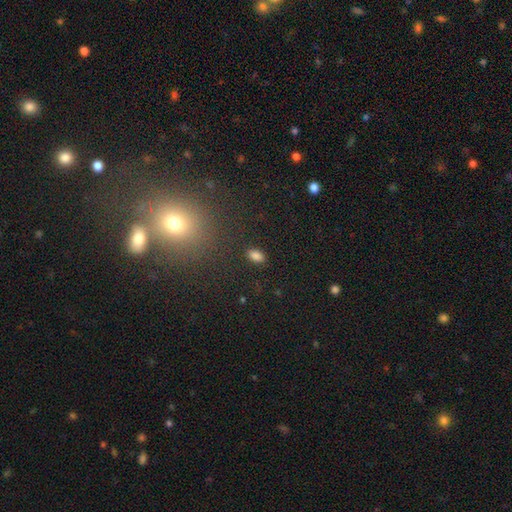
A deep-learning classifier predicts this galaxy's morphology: smooth 83%, star or artifact 12%, featured or disk 4%. Down the decision tree: how rounded — in between (91%); merging — none (88%).